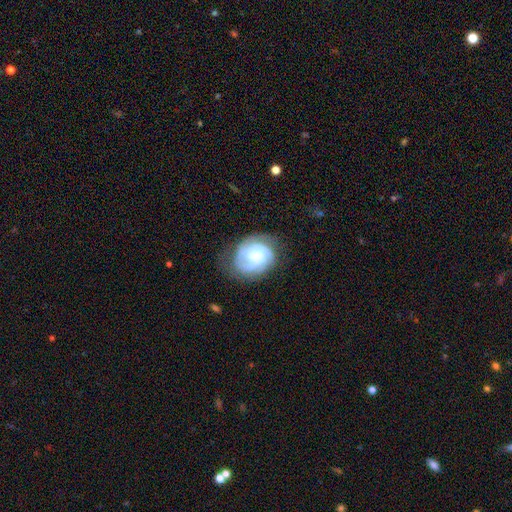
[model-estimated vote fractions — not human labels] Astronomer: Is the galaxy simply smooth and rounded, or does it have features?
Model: featured or disk — 87%.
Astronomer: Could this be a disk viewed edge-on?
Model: no — 98%.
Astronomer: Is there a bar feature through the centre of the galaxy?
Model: no — 46% (runner-up: weak, 42%).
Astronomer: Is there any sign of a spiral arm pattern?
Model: yes — 98%.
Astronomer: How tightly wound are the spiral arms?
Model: tight — 57% (runner-up: medium, 37%).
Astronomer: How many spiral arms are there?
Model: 3 — 54%.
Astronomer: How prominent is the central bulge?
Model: small — 43% (runner-up: moderate, 40%).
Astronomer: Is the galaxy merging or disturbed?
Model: none — 74%.